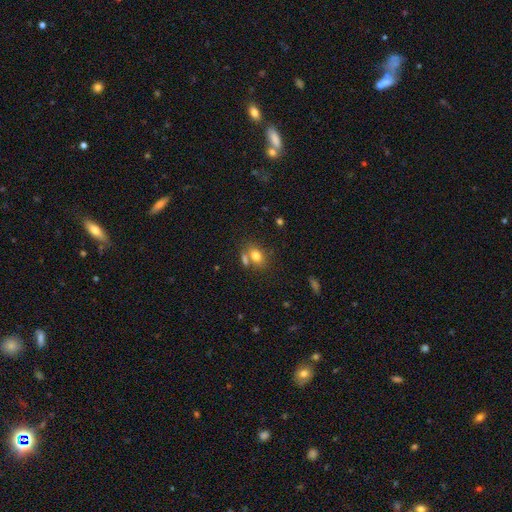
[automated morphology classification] Smooth or featured? smooth (78%)
How rounded? in between (74%)
Merging? none (55%)